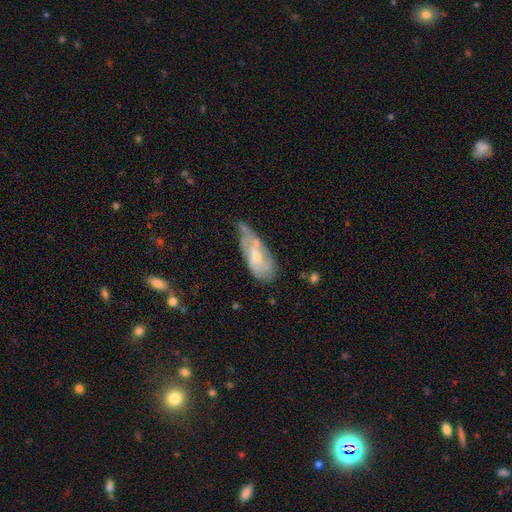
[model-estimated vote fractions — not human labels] A featured or disk galaxy (55%). Merging: minor disturbance (39%).